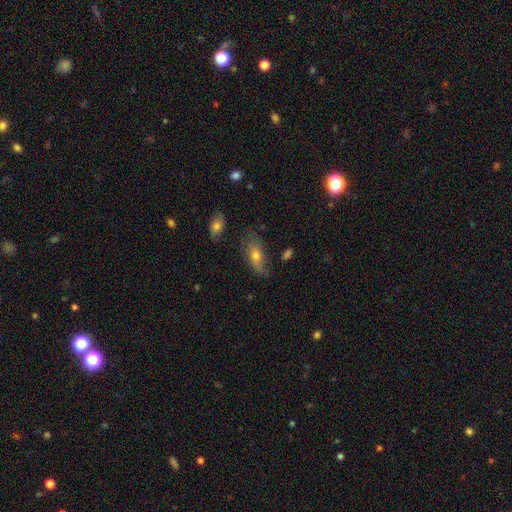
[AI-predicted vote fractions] smooth_or_featured: smooth (p=0.65) [alt: featured or disk p=0.25]
how_rounded: in between (p=0.80) [alt: cigar-shaped p=0.15]
merging: none (p=0.61) [alt: minor disturbance p=0.26]